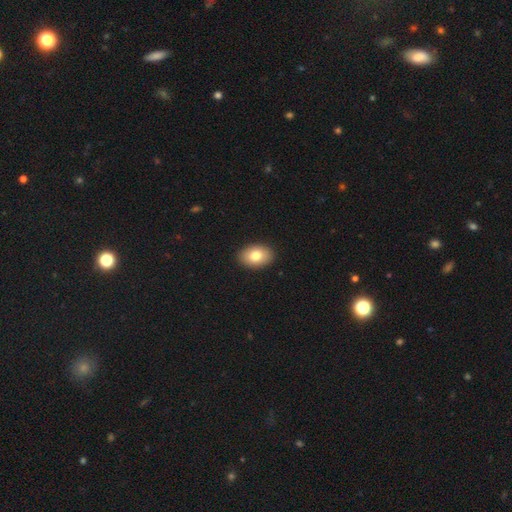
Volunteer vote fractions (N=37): This appears to be a smooth galaxy with no disk features (76%) that is in between round and cigar-shaped (86%). Merging: none (97%).